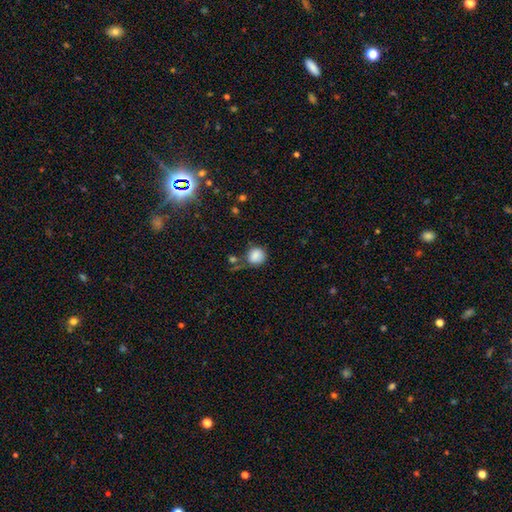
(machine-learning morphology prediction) Overall: smooth (85%). How rounded: round (83%). Merging: none (62%).